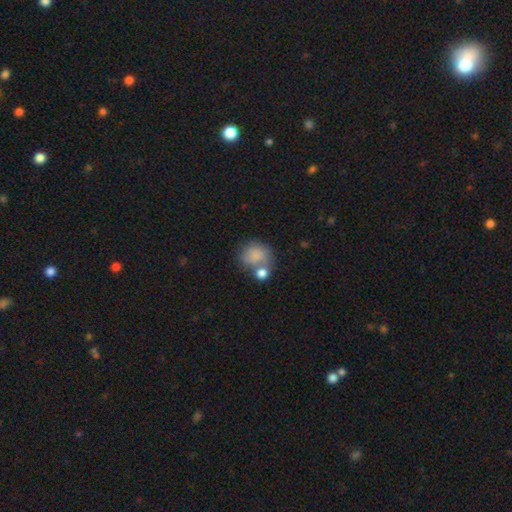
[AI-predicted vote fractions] Smooth or featured?
  - smooth: 79% *
  - featured or disk: 12%
  - star or artifact: 9%
How rounded?
  - round: 70% *
  - in between: 29%
  - cigar-shaped: 1%
Merging?
  - none: 40% *
  - merger: 34%
  - minor disturbance: 16%
  - major disturbance: 10%